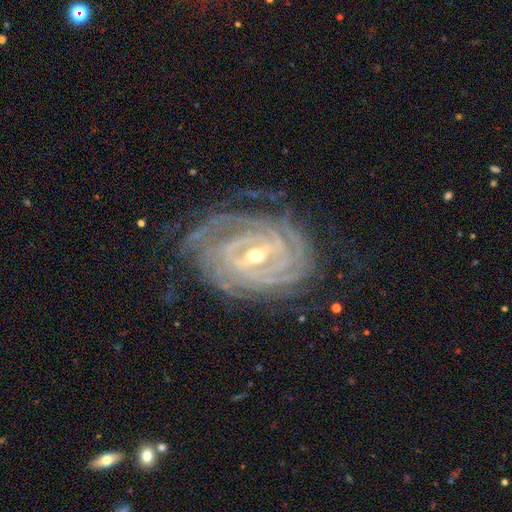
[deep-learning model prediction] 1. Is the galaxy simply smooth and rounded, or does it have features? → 91% featured or disk, 6% star or artifact, 4% smooth.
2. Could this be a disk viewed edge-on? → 96% no, 4% yes.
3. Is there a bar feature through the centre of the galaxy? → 51% strong, 37% weak, 11% no.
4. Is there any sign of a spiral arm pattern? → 98% yes, 2% no.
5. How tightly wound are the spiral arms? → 84% tight, 13% medium, 2% loose.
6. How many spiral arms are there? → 26% 4, 21% can't tell, 19% 3, 14% more than 4, 13% 2, 7% 1.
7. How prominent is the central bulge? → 51% small, 46% moderate, 2% large, 1% none, 1% dominant.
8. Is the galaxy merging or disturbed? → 75% none, 16% minor disturbance, 7% major disturbance, 1% merger.